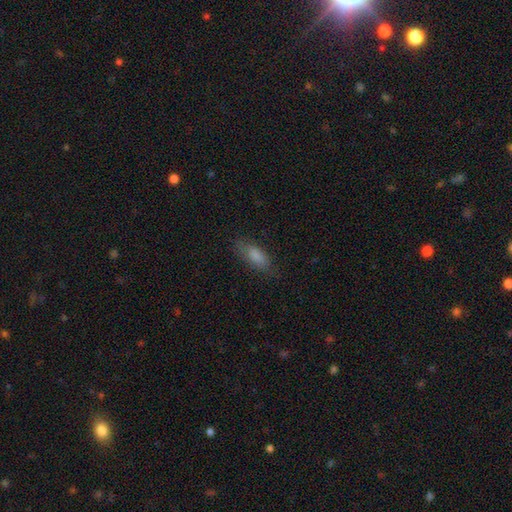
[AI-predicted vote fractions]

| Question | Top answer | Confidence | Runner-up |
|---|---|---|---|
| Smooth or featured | smooth | 82% | featured or disk (10%) |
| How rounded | in between | 79% | cigar-shaped (19%) |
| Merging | none | 75% | minor disturbance (18%) |